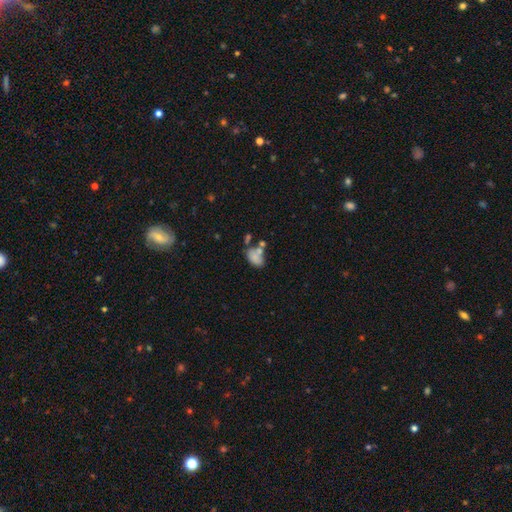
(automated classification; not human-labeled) Smooth or featured? Predicted: smooth (p=0.71). How rounded? Predicted: in between (p=0.84). Merging? Predicted: none (p=0.35).